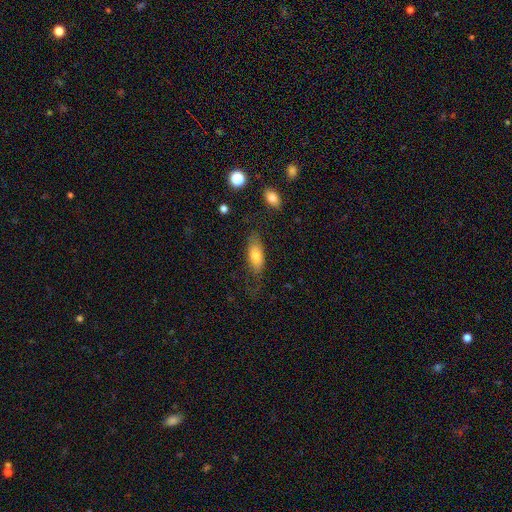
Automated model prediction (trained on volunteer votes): Smooth or featured?
  - smooth: 76% *
  - featured or disk: 18%
  - star or artifact: 7%
How rounded?
  - in between: 78% *
  - cigar-shaped: 19%
  - round: 3%
Merging?
  - none: 63% *
  - minor disturbance: 23%
  - major disturbance: 12%
  - merger: 2%